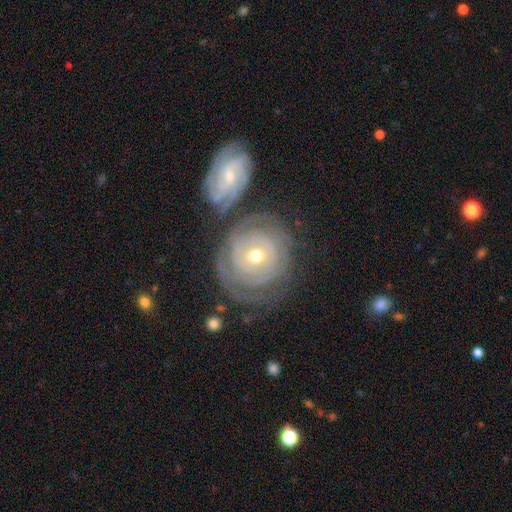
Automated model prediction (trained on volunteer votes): Smooth or featured? featured or disk (80%)
Edge-on disk? no (96%)
Bar? no (72%)
Spiral arms? yes (88%)
Spiral winding? tight (84%)
Spiral arm count? can't tell (44%)
Bulge size? moderate (54%)
Merging? none (62%)